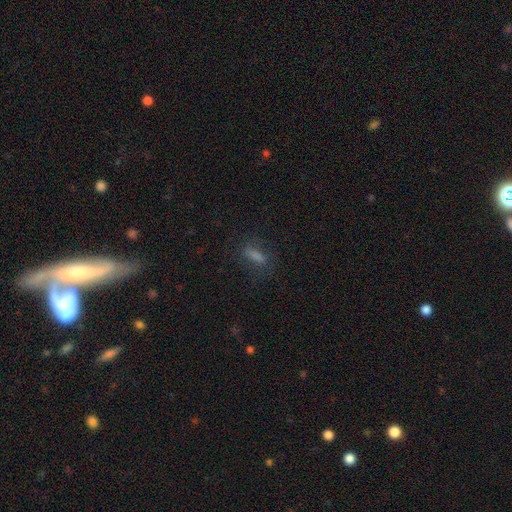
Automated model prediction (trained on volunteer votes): Smooth or featured? smooth (67%)
How rounded? cigar-shaped (58%)
Merging? none (75%)